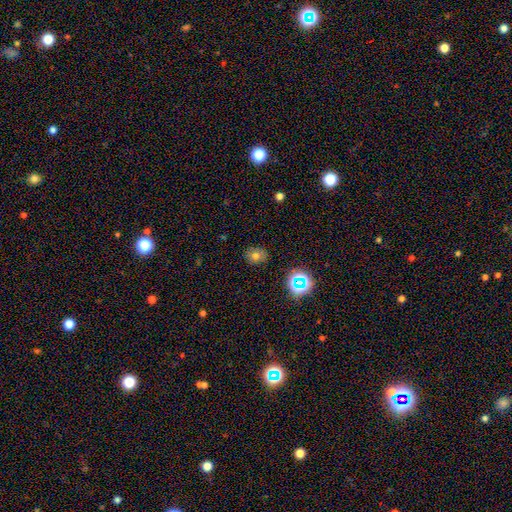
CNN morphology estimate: Smooth or featured? Predicted: smooth (p=0.69). How rounded? Predicted: round (p=0.66). Merging? Predicted: none (p=0.84).